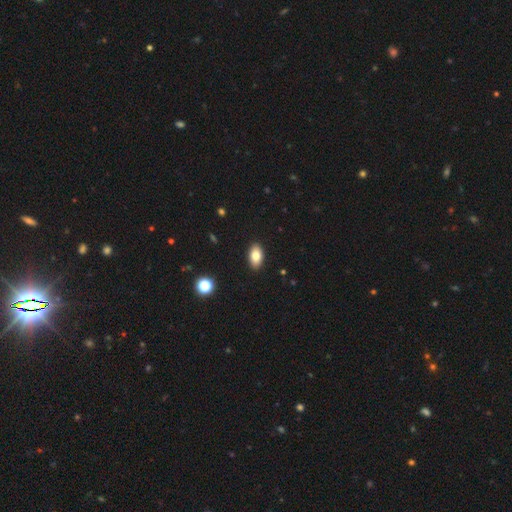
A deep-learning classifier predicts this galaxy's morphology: Smooth or featured? smooth (80%)
How rounded? in between (92%)
Merging? none (90%)